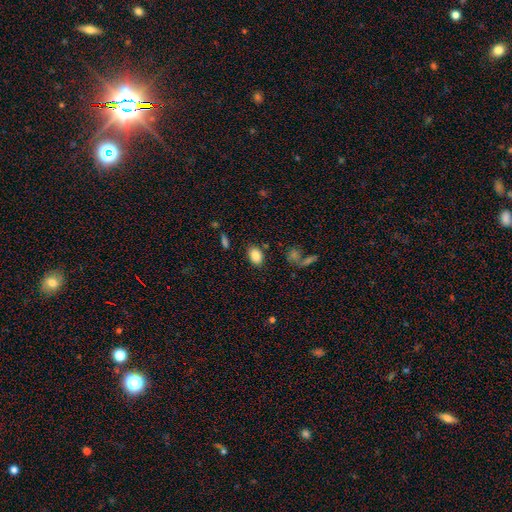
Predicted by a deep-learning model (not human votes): Smooth or featured?
  - smooth: 85% *
  - star or artifact: 9%
  - featured or disk: 6%
How rounded?
  - in between: 81% *
  - round: 18%
  - cigar-shaped: 1%
Merging?
  - none: 83% *
  - minor disturbance: 11%
  - major disturbance: 3%
  - merger: 3%